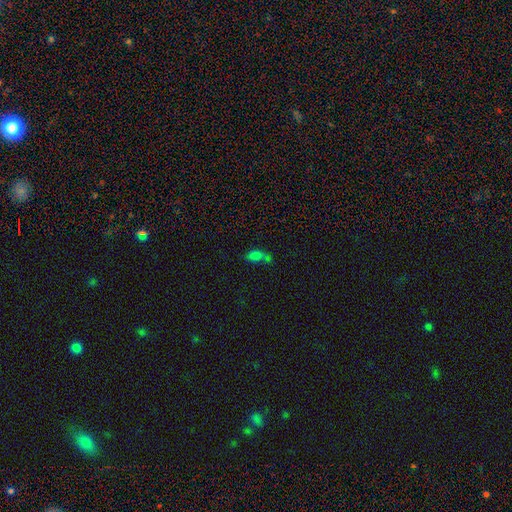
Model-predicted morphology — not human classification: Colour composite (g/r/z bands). It shows a smooth galaxy with no disk features (66%) that is in between round and cigar-shaped (78%). Merging: merger (35%).